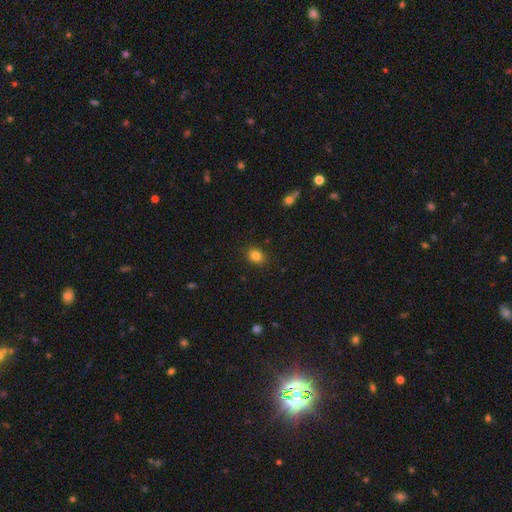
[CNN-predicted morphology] A smooth galaxy with no disk features (83%) that is round (50%). Merging: none (88%).